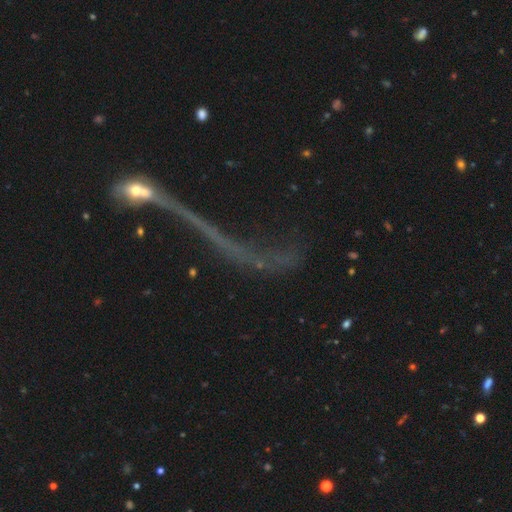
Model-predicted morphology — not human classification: A featured or disk galaxy (50%).

Vote fractions:
- Smooth or featured? featured or disk: 50% / star or artifact: 26% / smooth: 23%
- Edge-on disk? no: 69% / yes: 31%
- Merging? major disturbance: 34% / merger: 30% / none: 26% / minor disturbance: 11%